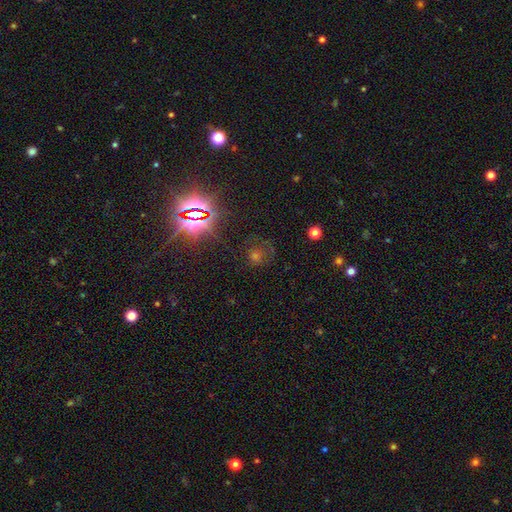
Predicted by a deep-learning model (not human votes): Overall: star or artifact (54%; smooth 29%).